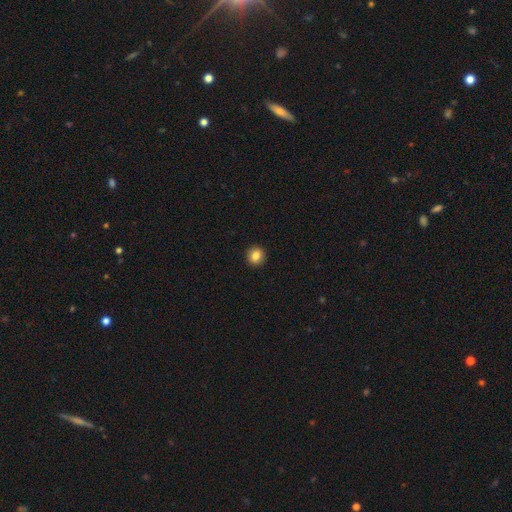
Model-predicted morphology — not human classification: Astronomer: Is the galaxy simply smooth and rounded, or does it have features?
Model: smooth — 84%.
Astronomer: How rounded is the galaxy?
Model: round — 86%.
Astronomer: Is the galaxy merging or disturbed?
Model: none — 93%.